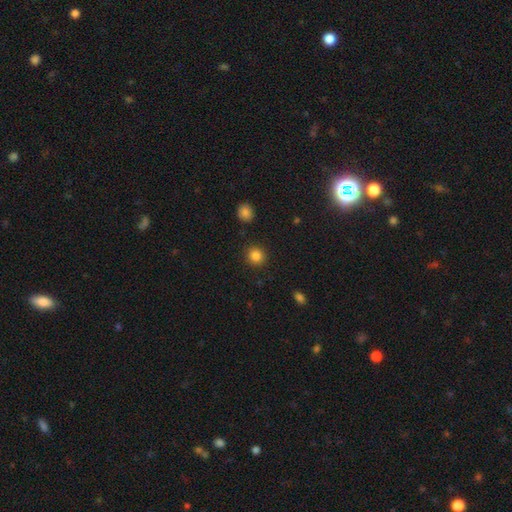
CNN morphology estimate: A smooth galaxy with no disk features (85%) that is round (91%).

Vote fractions:
- Smooth or featured? smooth: 85% / star or artifact: 11% / featured or disk: 4%
- How rounded? round: 91% / in between: 8% / cigar-shaped: 1%
- Merging? none: 91% / minor disturbance: 5% / major disturbance: 2% / merger: 2%